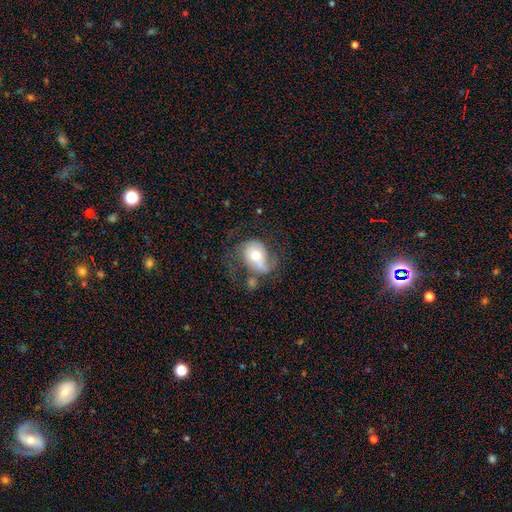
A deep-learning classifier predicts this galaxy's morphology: This is possibly a featured or disk galaxy (47%). Merging: marginally none (33%).